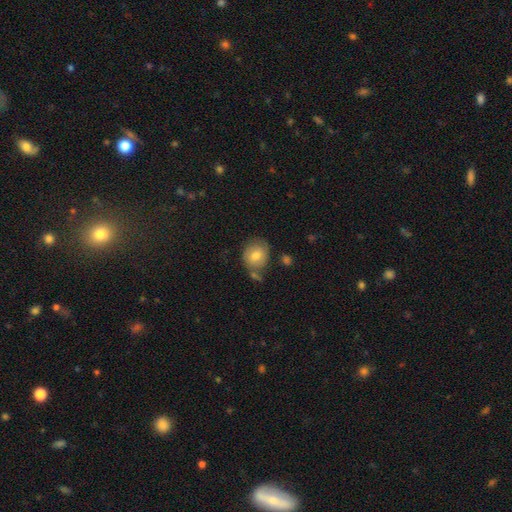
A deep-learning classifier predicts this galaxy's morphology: A smooth galaxy with no disk features (76%) that is round (73%).

Vote fractions:
- Smooth or featured? smooth: 76% / featured or disk: 16% / star or artifact: 8%
- How rounded? round: 73% / in between: 26% / cigar-shaped: 1%
- Merging? none: 66% / minor disturbance: 19% / merger: 10% / major disturbance: 6%